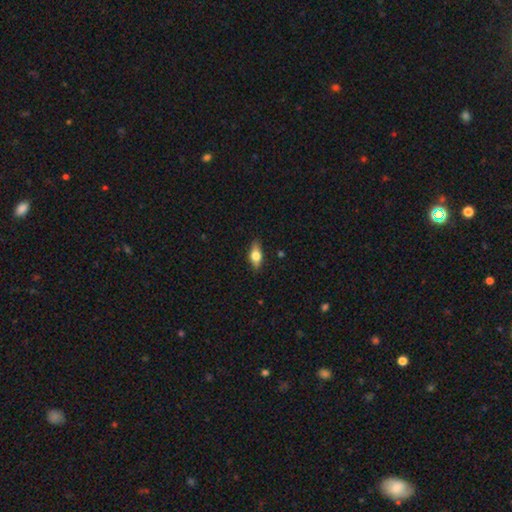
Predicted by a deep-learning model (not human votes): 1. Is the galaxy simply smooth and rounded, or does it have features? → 56% smooth, 37% featured or disk, 7% star or artifact.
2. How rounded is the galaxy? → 74% in between, 20% cigar-shaped, 6% round.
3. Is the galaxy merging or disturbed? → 86% none, 11% minor disturbance, 2% major disturbance, 1% merger.